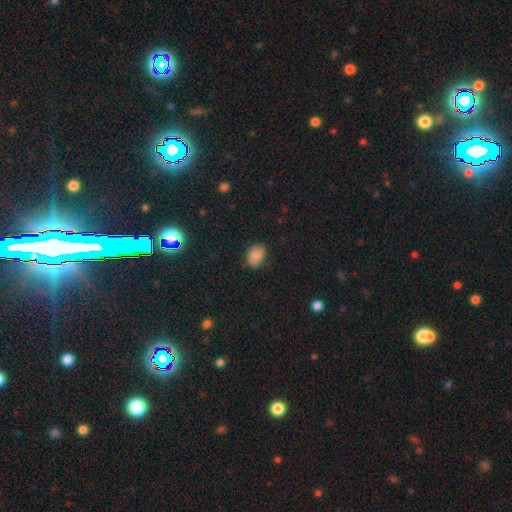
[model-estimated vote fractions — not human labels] Smooth or featured? Predicted: smooth (p=0.83). How rounded? Predicted: in between (p=0.71). Merging? Predicted: none (p=0.71).